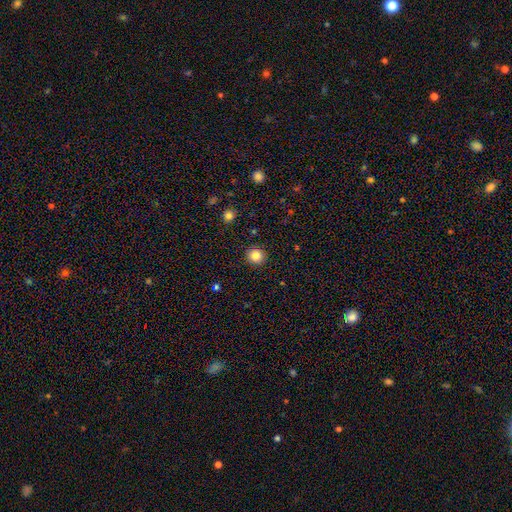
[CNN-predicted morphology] type=smooth (84%); roundness=round (91%); merging=none (92%).